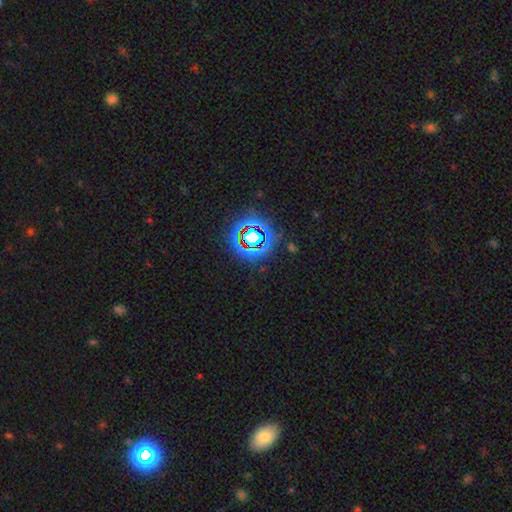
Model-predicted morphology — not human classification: Q: Smooth or featured?
A: star or artifact (72%); runner-up: smooth (16%)